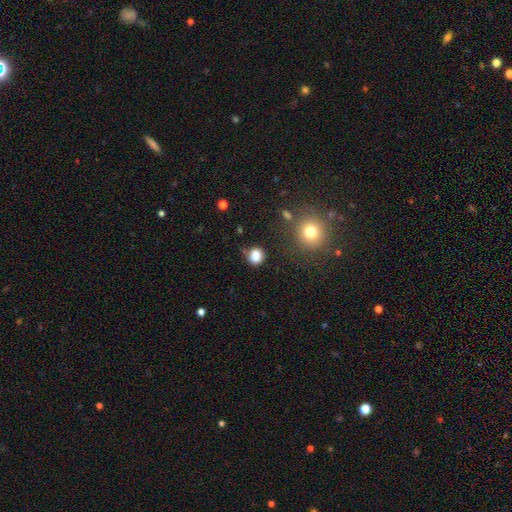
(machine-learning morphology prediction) smooth 83%, star or artifact 12%, featured or disk 5%. Down the decision tree: how rounded — round (73%); merging — none (75%).